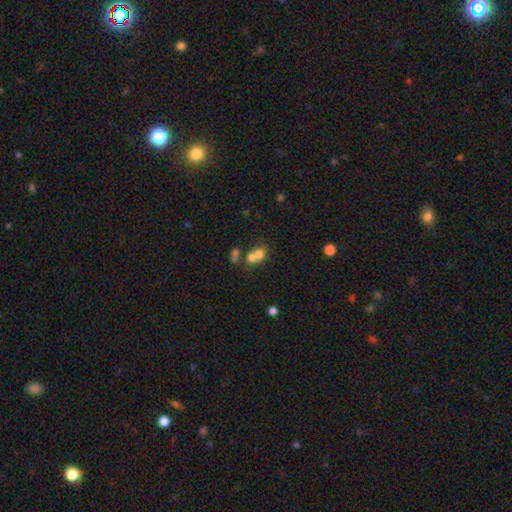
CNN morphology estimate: The model was most divided on "merging": merger: 61%, none: 28%, minor disturbance: 6%, major disturbance: 4%. More confident: smooth or featured — smooth (68%); how rounded — round (67%).